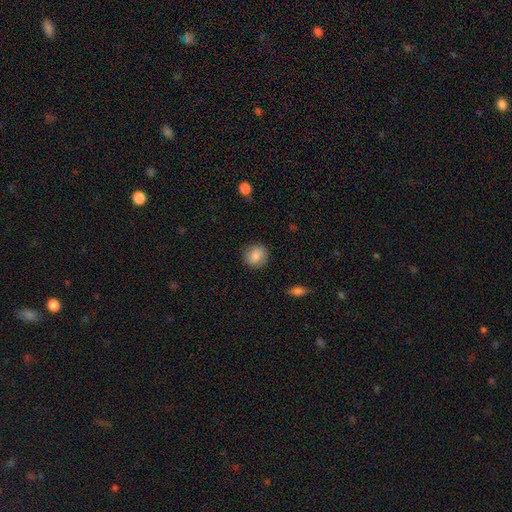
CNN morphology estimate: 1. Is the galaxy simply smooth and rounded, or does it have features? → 85% smooth, 8% featured or disk, 8% star or artifact.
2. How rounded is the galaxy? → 86% round, 13% in between, 1% cigar-shaped.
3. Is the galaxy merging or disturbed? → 87% none, 10% minor disturbance, 2% major disturbance, 1% merger.